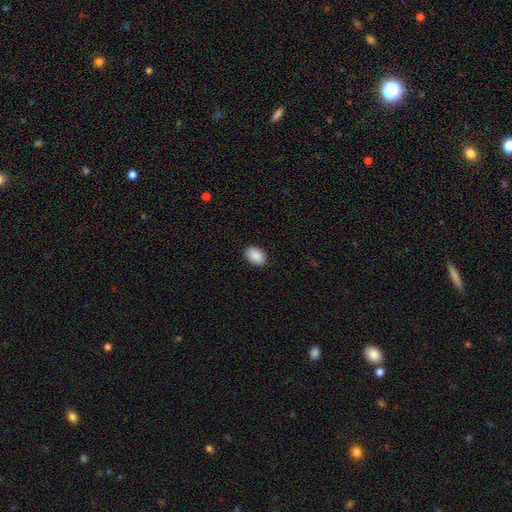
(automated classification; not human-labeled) Smooth or featured: smooth — 90% (star or artifact — 7%)
How rounded: in between — 84% (round — 15%)
Merging: none — 89% (minor disturbance — 8%)